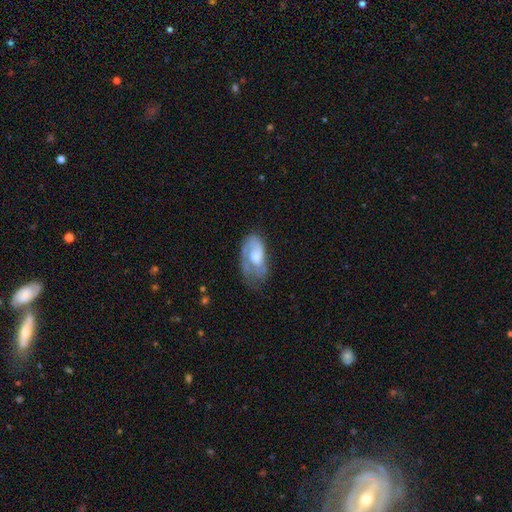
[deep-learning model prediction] Smooth or featured? Predicted: featured or disk (p=0.57). Edge-on disk? Predicted: no (p=0.95). Bar? Predicted: no (p=0.74). Spiral arms? Predicted: yes (p=0.75). Bulge size? Predicted: moderate (p=0.46). Merging? Predicted: none (p=0.40).